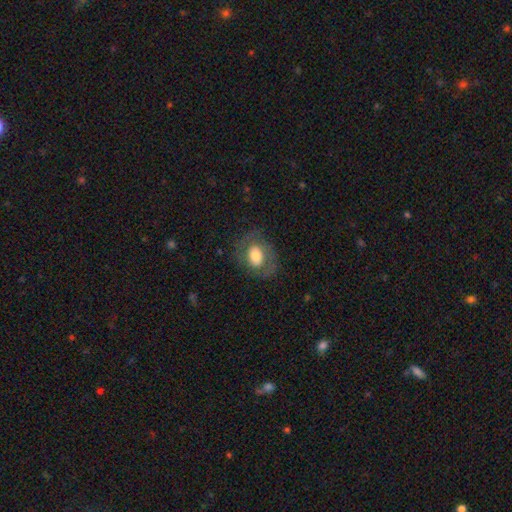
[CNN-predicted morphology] smooth 60%, featured or disk 32%, star or artifact 8%. Down the decision tree: how rounded — in between (57%); merging — none (70%).